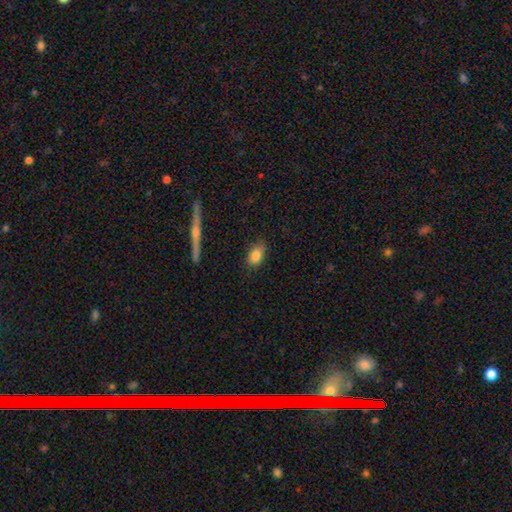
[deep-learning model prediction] This appears to be a smooth galaxy with no disk features (83%) that is in between round and cigar-shaped (83%). Merging: none (80%).